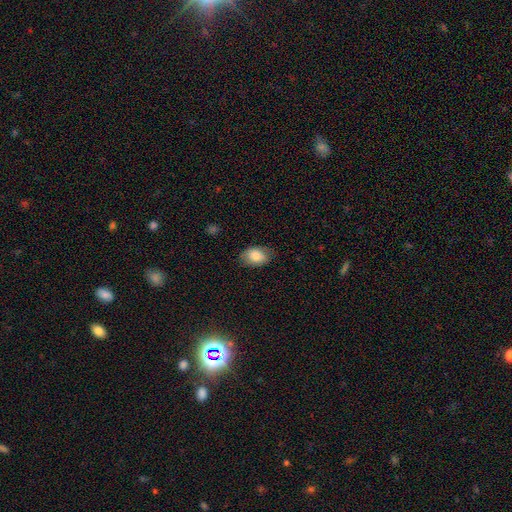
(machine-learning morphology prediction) Smooth or featured? smooth (82%)
How rounded? in between (86%)
Merging? none (75%)